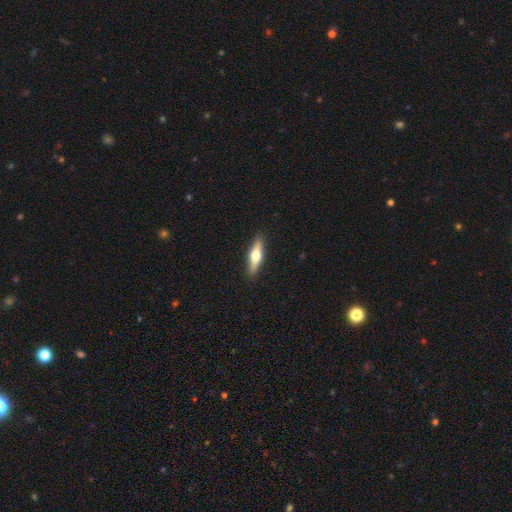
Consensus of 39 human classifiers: This is possibly a smooth galaxy (49%, tied with featured or disk). How rounded: clearly cigar-shaped (84%). Merging: clearly none (87%).